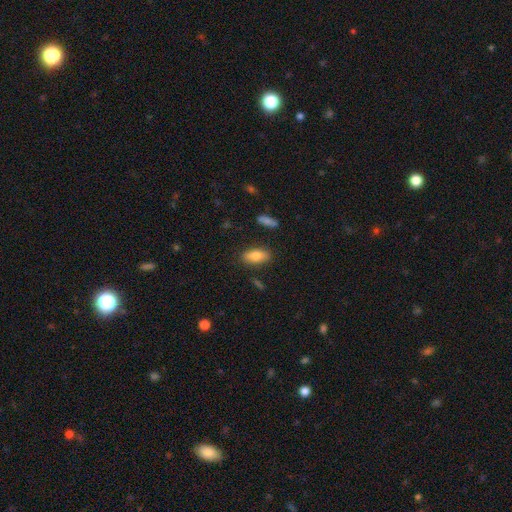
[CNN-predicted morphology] The model was most divided on "smooth or featured": smooth: 79%, featured or disk: 14%, star or artifact: 7%. More confident: how rounded — in between (86%); merging — none (84%).